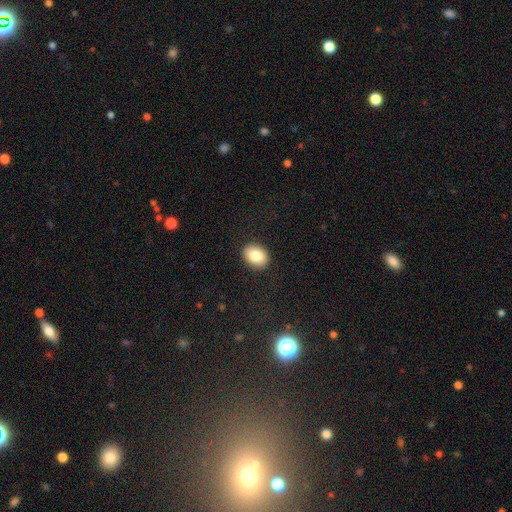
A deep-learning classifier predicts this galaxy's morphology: A smooth galaxy with no disk features (86%) that is in between round and cigar-shaped (68%). Merging: none (89%).